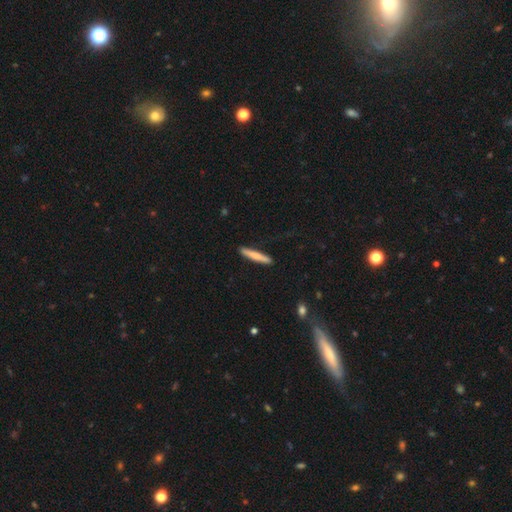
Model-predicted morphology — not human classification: smooth 73%, featured or disk 22%, star or artifact 5%. Down the decision tree: how rounded — cigar-shaped (95%); merging — none (90%).